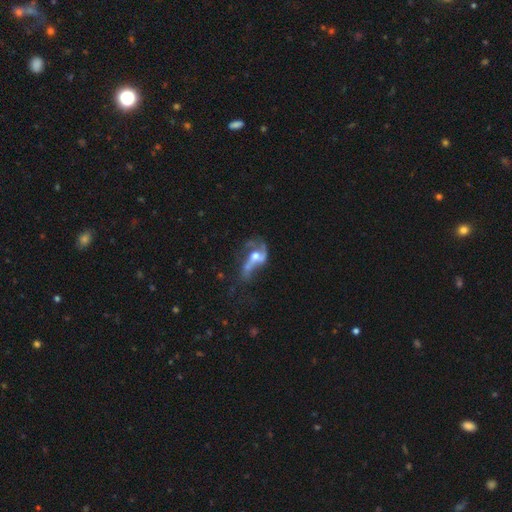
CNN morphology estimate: Overall: featured or disk (70%). Edge-on disk: no (91%). Bar: no (63%; weak 25%). Spiral arms: yes (63%; no 37%). Bulge size: moderate (65%). Merging: major disturbance (42%; none 24%).